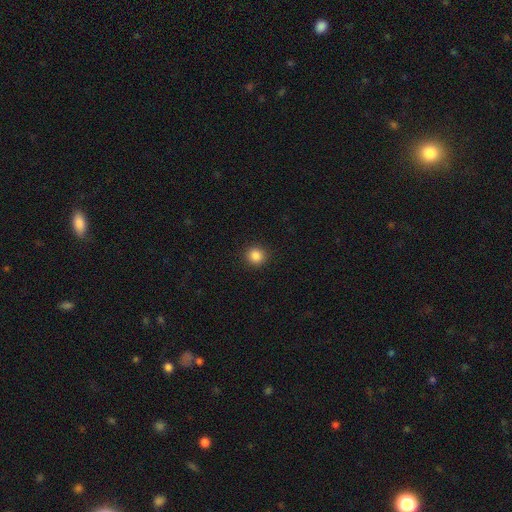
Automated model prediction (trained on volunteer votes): This is clearly a smooth galaxy (85%). How rounded: clearly round (92%). Merging: clearly none (92%).